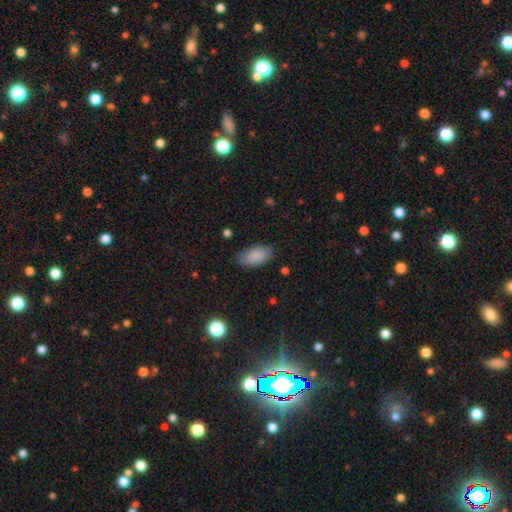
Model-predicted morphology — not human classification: Smooth or featured? Predicted: smooth (p=0.88). How rounded? Predicted: in between (p=0.94). Merging? Predicted: none (p=0.82).